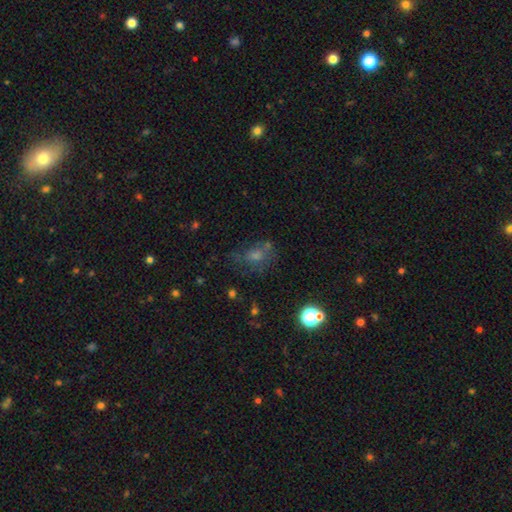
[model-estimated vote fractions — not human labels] smooth_or_featured: smooth (p=0.41) [alt: star or artifact p=0.33]
merging: none (p=0.53) [alt: minor disturbance p=0.21]